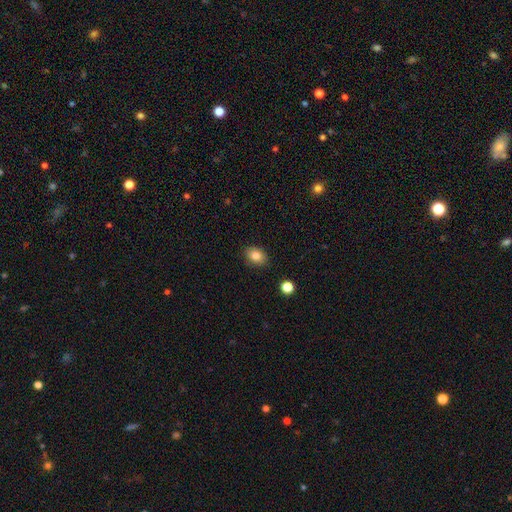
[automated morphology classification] Smooth or featured? smooth (82%)
How rounded? in between (71%)
Merging? none (87%)